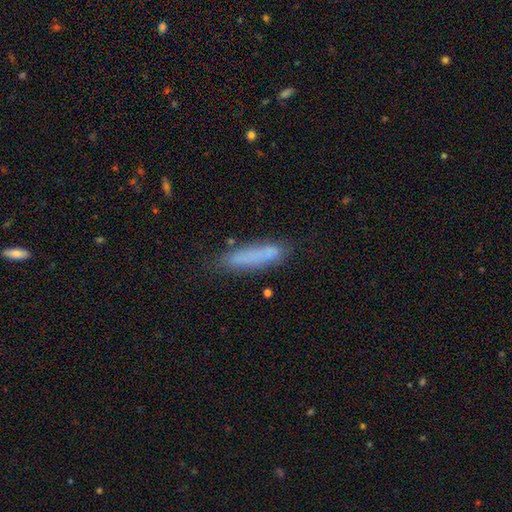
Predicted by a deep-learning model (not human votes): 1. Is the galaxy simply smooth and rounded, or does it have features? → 76% smooth, 15% featured or disk, 9% star or artifact.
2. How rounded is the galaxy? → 81% cigar-shaped, 17% in between, 2% round.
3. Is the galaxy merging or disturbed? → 73% none, 18% minor disturbance, 5% major disturbance, 4% merger.